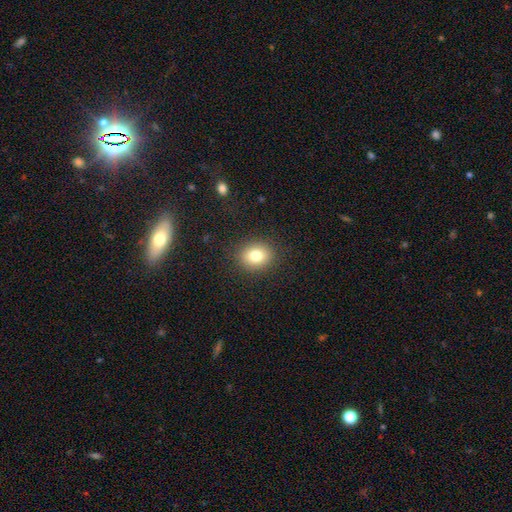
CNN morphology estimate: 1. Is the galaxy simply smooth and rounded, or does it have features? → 80% smooth, 11% star or artifact, 9% featured or disk.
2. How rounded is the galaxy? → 66% round, 33% in between, 1% cigar-shaped.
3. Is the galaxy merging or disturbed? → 88% none, 8% minor disturbance, 3% major disturbance, 1% merger.